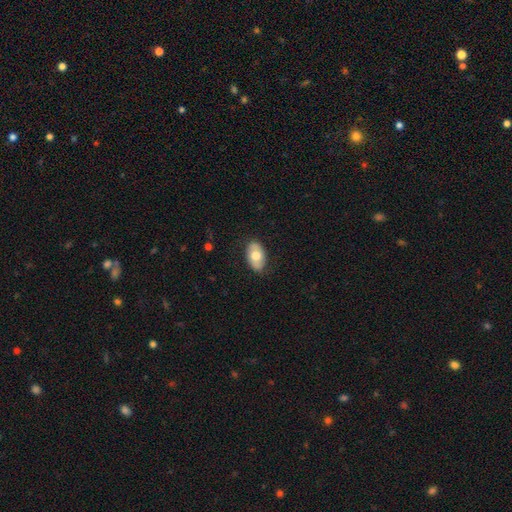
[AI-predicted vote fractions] A smooth galaxy with no disk features (65%) that is in between round and cigar-shaped (91%).

Vote fractions:
- Smooth or featured? smooth: 65% / featured or disk: 29% / star or artifact: 6%
- How rounded? in between: 91% / round: 7% / cigar-shaped: 2%
- Merging? none: 82% / minor disturbance: 14% / major disturbance: 3% / merger: 1%